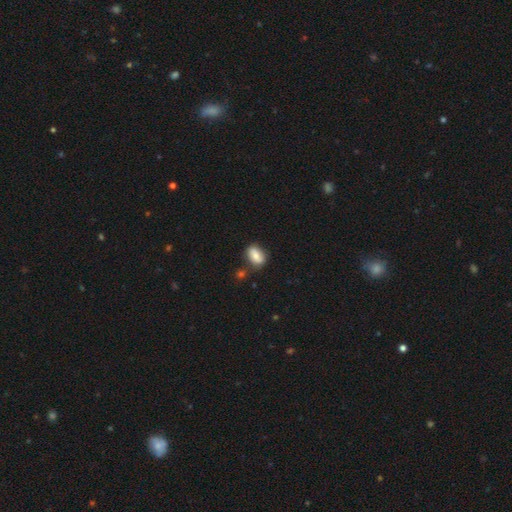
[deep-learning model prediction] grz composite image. It shows a smooth galaxy with no disk features (77%) that is in between round and cigar-shaped (84%). Merging: none (69%).